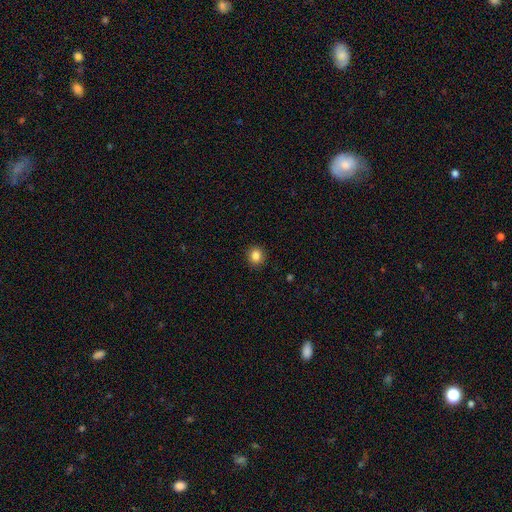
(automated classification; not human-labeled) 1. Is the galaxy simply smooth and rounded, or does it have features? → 85% smooth, 11% star or artifact, 5% featured or disk.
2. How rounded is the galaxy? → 82% round, 17% in between, 1% cigar-shaped.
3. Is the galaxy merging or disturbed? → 91% none, 6% minor disturbance, 2% major disturbance, 1% merger.